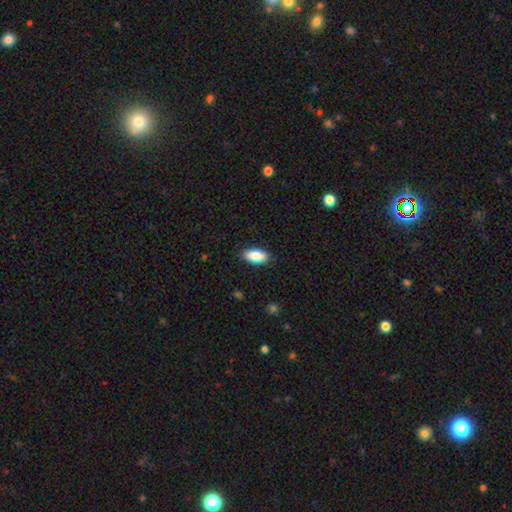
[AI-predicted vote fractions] Smooth or featured? Predicted: smooth (p=0.86). How rounded? Predicted: in between (p=0.91). Merging? Predicted: none (p=0.88).